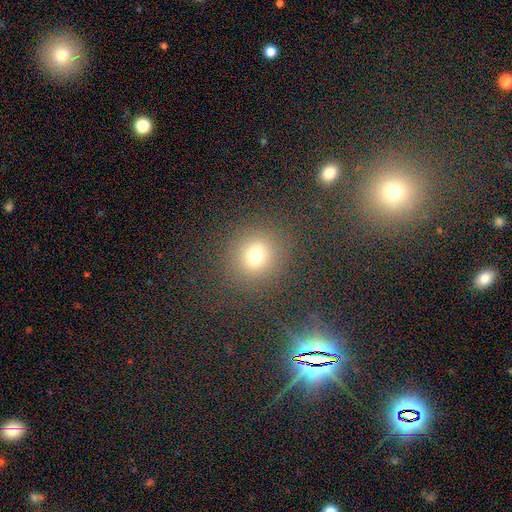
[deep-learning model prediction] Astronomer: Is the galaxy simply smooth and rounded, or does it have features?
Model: smooth — 72%.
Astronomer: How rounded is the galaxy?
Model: round — 86%.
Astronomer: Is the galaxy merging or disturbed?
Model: none — 83%.